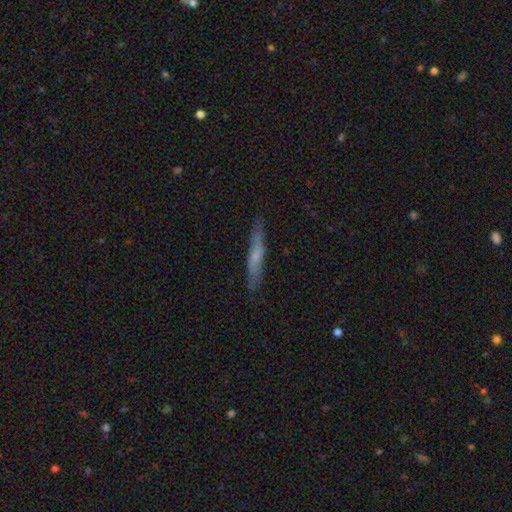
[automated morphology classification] Smooth or featured? Predicted: smooth (p=0.51). How rounded? Predicted: cigar-shaped (p=0.93). Merging? Predicted: none (p=0.84).